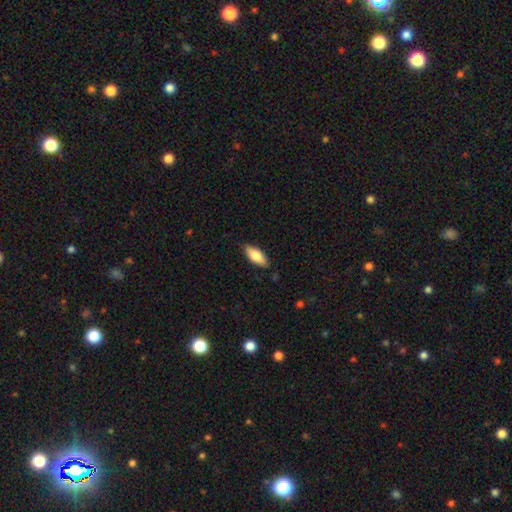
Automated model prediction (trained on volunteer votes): Smooth or featured: smooth — 76% (featured or disk — 19%)
How rounded: in between — 79% (cigar-shaped — 19%)
Merging: none — 85% (minor disturbance — 12%)